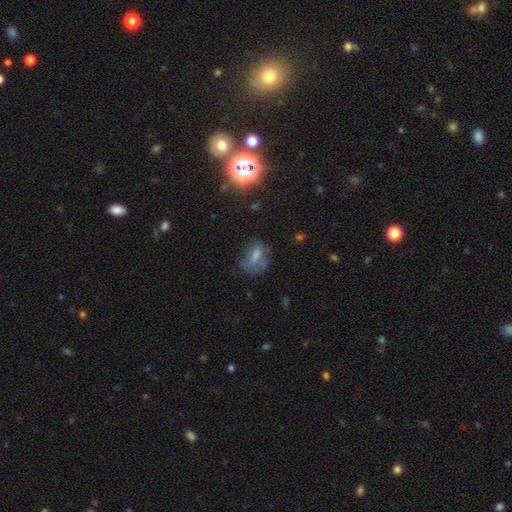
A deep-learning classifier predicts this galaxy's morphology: smooth-or-featured: smooth: 42% | star or artifact: 32% | featured or disk: 27%
  merging: none: 55% | minor disturbance: 23% | major disturbance: 18% | merger: 4%